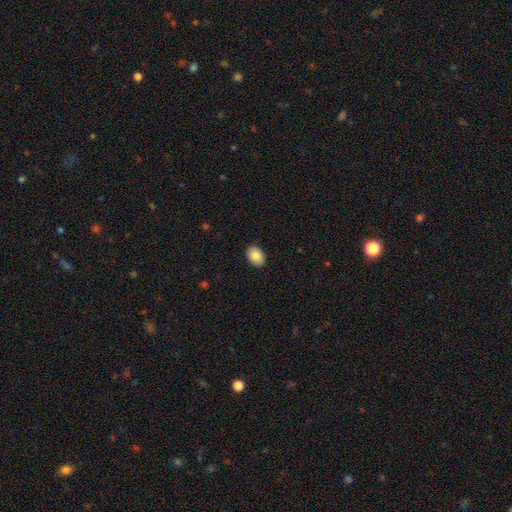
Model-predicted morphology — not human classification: Smooth or featured?
  - smooth: 83% *
  - featured or disk: 10%
  - star or artifact: 7%
How rounded?
  - in between: 77% *
  - round: 22%
  - cigar-shaped: 1%
Merging?
  - none: 90% *
  - minor disturbance: 8%
  - major disturbance: 2%
  - merger: 1%